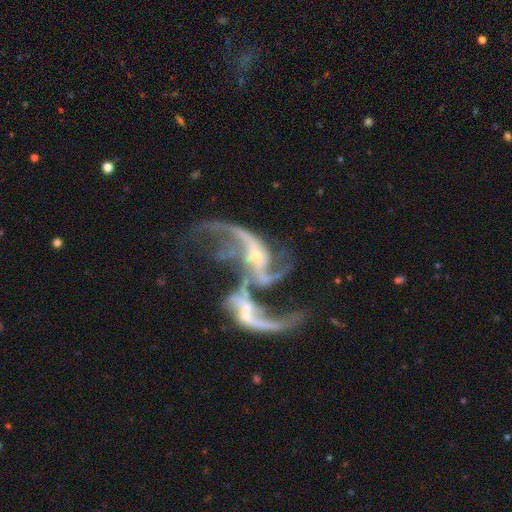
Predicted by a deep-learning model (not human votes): The model was most divided on "spiral arm count": 2: 39%, 3: 24%, can't tell: 13%, 4: 10%, 1: 9%, more than 4: 6%. More confident: edge-on disk — no (97%); spiral arms — yes (88%); smooth or featured — featured or disk (86%); spiral winding — loose (81%); merging — merger (59%); bulge size — small (53%); bar — no (51%).